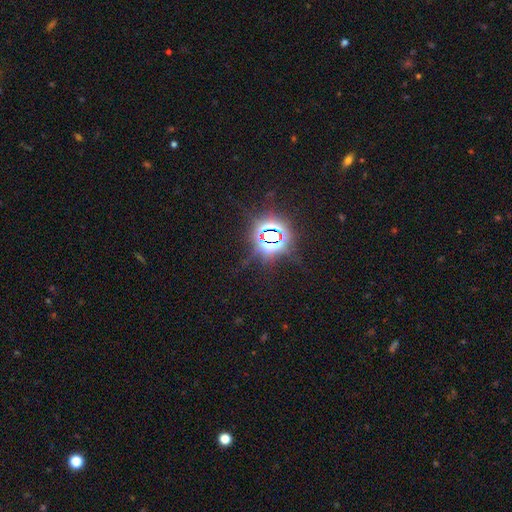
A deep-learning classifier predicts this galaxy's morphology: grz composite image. It shows a star or artifact, not a galaxy (85%).